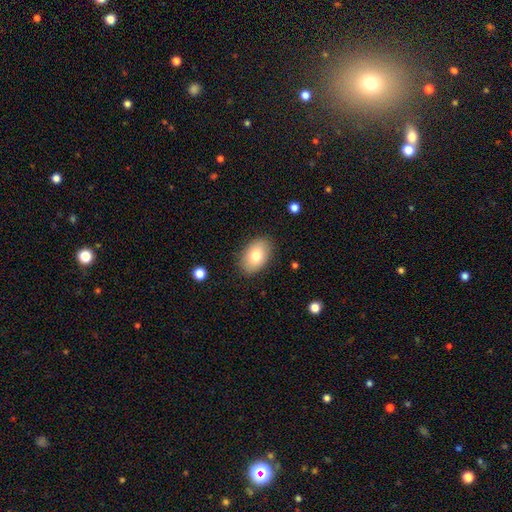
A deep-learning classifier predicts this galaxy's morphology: This is likely a smooth galaxy (78%). How rounded: clearly in between (89%). Merging: clearly none (86%).